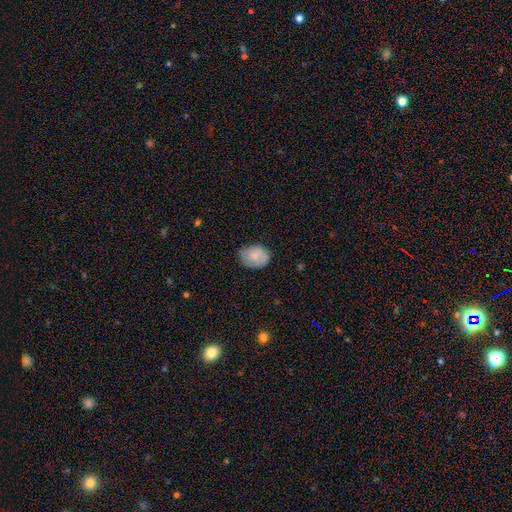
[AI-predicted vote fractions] smooth_or_featured: smooth (p=0.74) [alt: featured or disk p=0.18]
how_rounded: in between (p=0.68) [alt: round p=0.31]
merging: none (p=0.74) [alt: minor disturbance p=0.21]